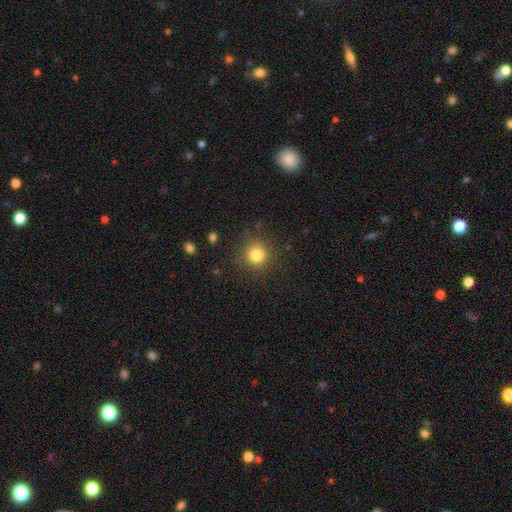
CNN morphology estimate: A smooth galaxy with no disk features (81%) that is round (90%).

Vote fractions:
- Smooth or featured? smooth: 81% / star or artifact: 12% / featured or disk: 6%
- How rounded? round: 90% / in between: 9% / cigar-shaped: 1%
- Merging? none: 83% / minor disturbance: 11% / major disturbance: 4% / merger: 2%